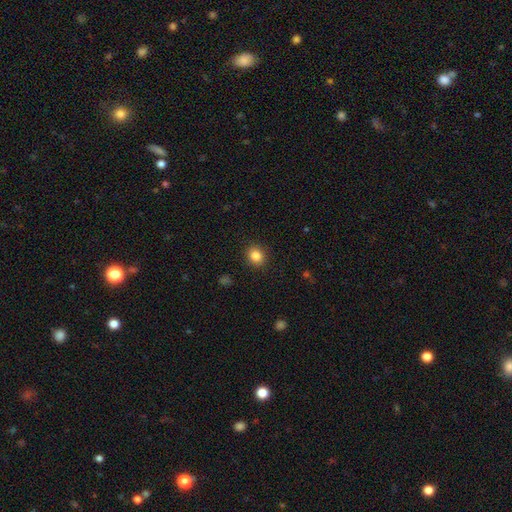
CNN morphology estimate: This appears to be a smooth galaxy with no disk features (85%) that is round (74%). Merging: none (90%).